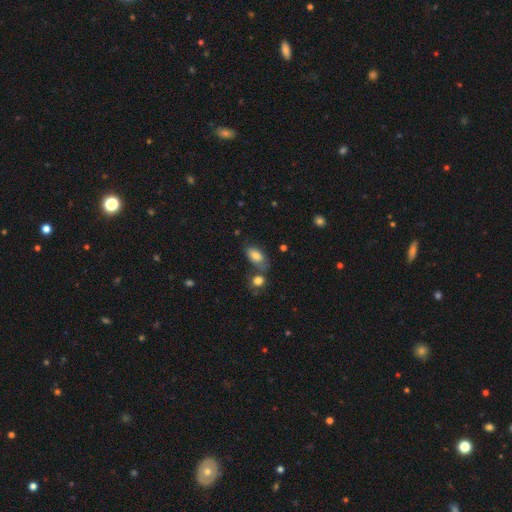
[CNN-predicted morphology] The model was most divided on "merging": none: 57%, merger: 21%, minor disturbance: 16%, major disturbance: 6%. More confident: how rounded — in between (91%); smooth or featured — smooth (79%).